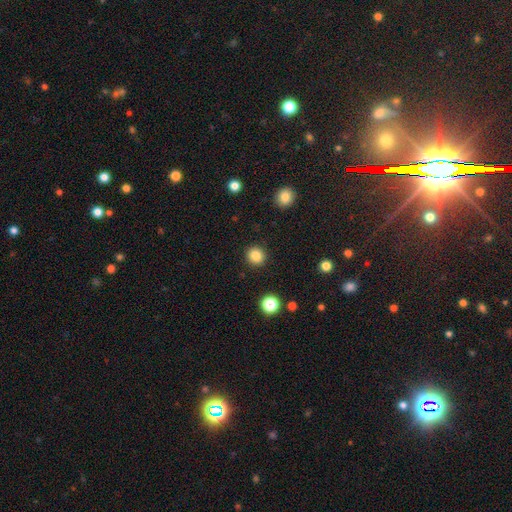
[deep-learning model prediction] Smooth or featured? Predicted: smooth (p=0.85). How rounded? Predicted: round (p=0.90). Merging? Predicted: none (p=0.91).